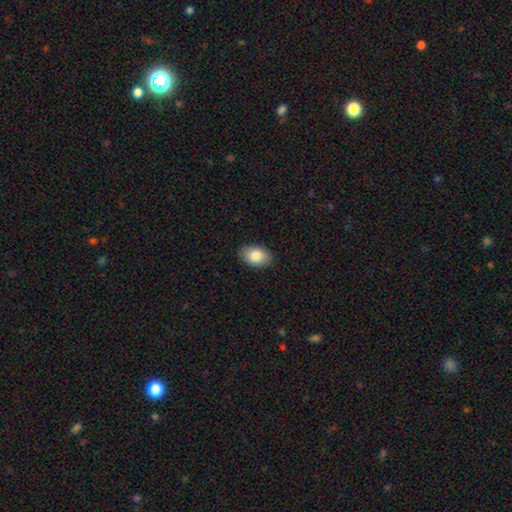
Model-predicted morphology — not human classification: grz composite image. It shows a smooth galaxy with no disk features (84%) that is in between round and cigar-shaped (87%). Merging: none (88%).